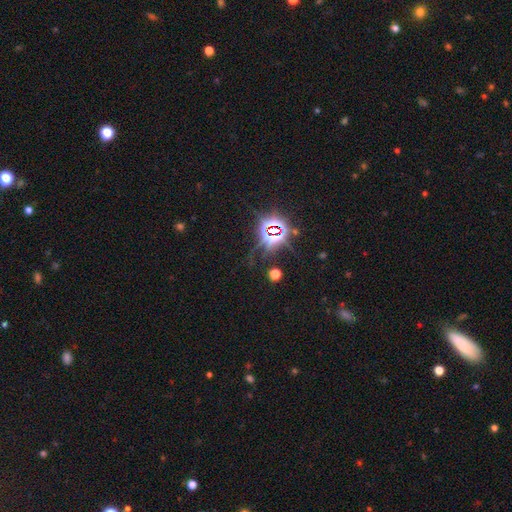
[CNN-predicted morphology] A star or artifact, not a galaxy (80%).